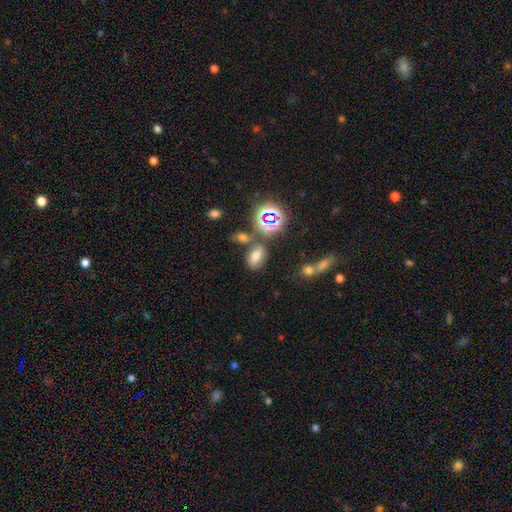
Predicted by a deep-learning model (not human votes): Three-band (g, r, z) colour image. It shows a smooth galaxy with no disk features (62%) that is in between round and cigar-shaped (84%). Merging: none (64%).